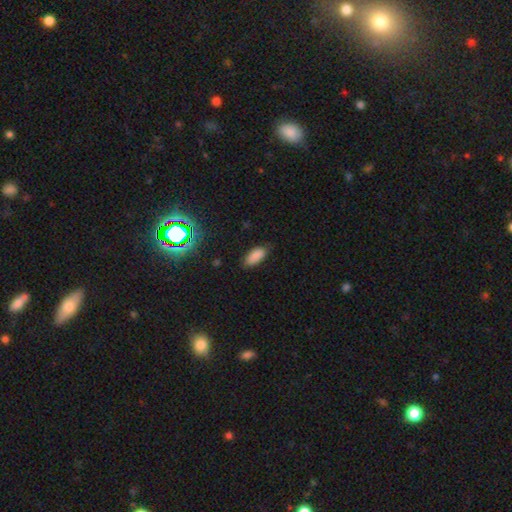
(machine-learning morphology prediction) This is clearly a smooth galaxy (85%). How rounded: clearly in between (87%). Merging: clearly none (81%).